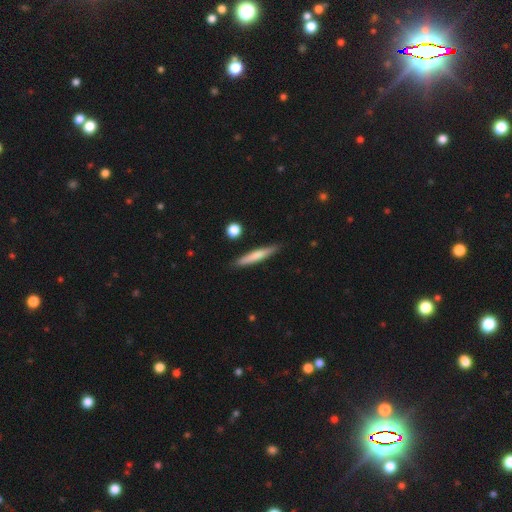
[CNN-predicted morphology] Overall: smooth (67%). How rounded: cigar-shaped (94%). Merging: none (87%).